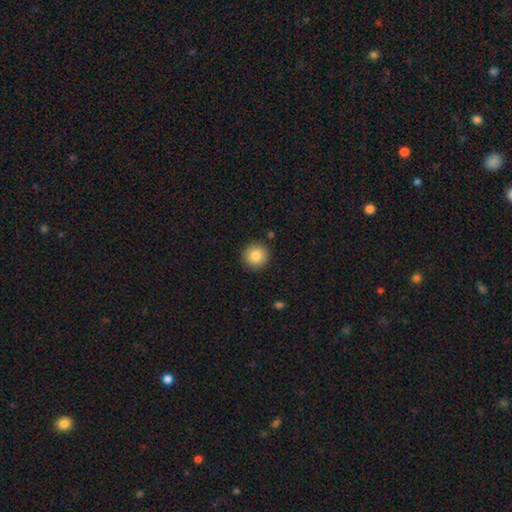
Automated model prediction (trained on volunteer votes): Smooth or featured: smooth — 84% (star or artifact — 9%)
How rounded: round — 95% (in between — 4%)
Merging: none — 91% (minor disturbance — 6%)